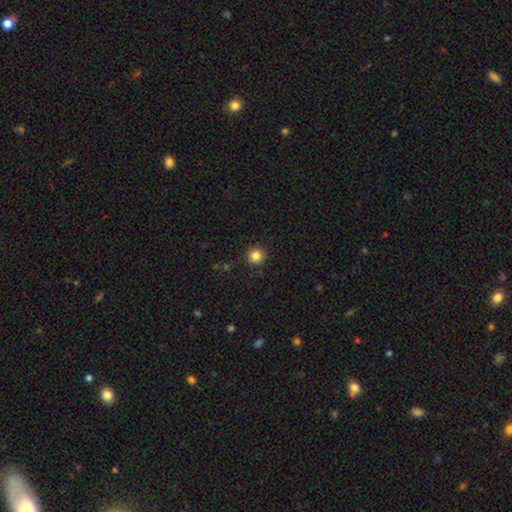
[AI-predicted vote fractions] Smooth or featured: smooth — 84% (star or artifact — 11%)
How rounded: round — 94% (in between — 5%)
Merging: none — 91% (minor disturbance — 6%)